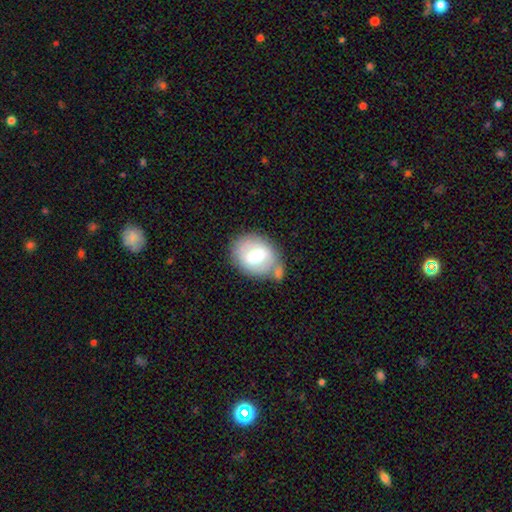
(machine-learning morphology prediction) smooth_or_featured: smooth (p=0.58) [alt: featured or disk p=0.35]
how_rounded: in between (p=0.63) [alt: round p=0.35]
merging: none (p=0.55) [alt: minor disturbance p=0.19]